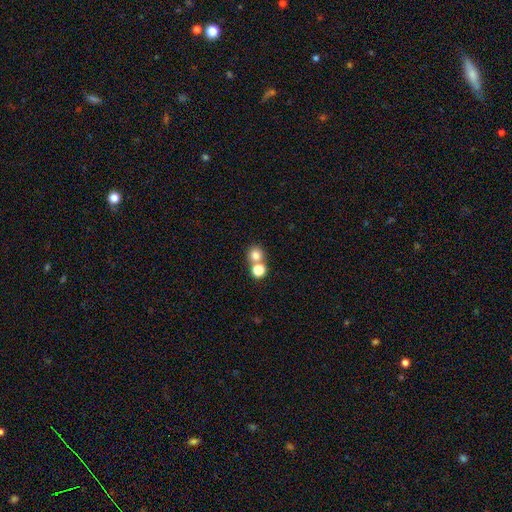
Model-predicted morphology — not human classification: type=smooth (78%); roundness=round (88%); merging=none (51%).